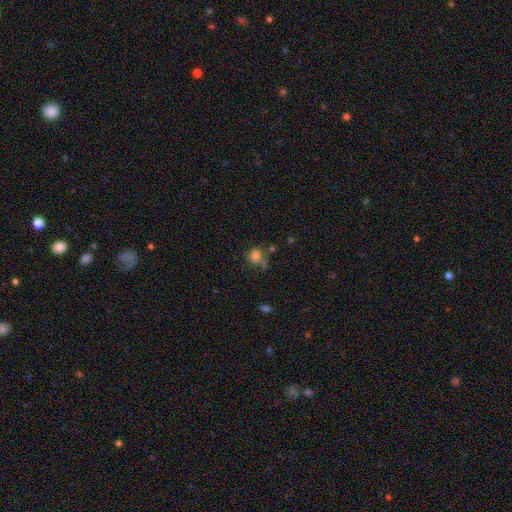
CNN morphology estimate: Smooth or featured? smooth (78%)
How rounded? round (77%)
Merging? none (47%)